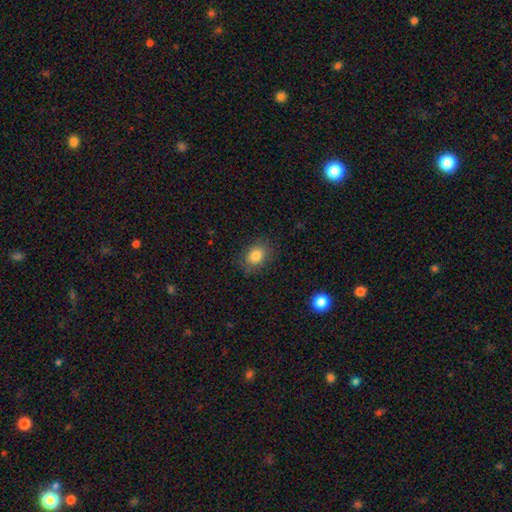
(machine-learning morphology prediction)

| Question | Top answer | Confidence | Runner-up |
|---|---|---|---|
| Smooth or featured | smooth | 83% | star or artifact (10%) |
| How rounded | in between | 59% | round (40%) |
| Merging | none | 82% | minor disturbance (13%) |